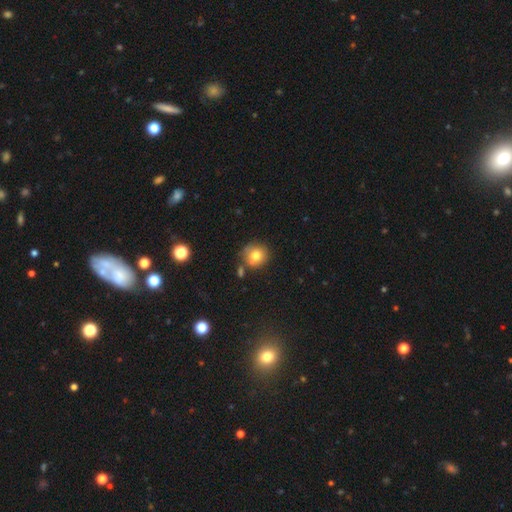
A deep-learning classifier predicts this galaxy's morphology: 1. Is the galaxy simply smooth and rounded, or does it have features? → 78% smooth, 11% featured or disk, 11% star or artifact.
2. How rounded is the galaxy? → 90% round, 9% in between, 1% cigar-shaped.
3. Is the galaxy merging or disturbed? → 72% none, 15% minor disturbance, 9% merger, 4% major disturbance.